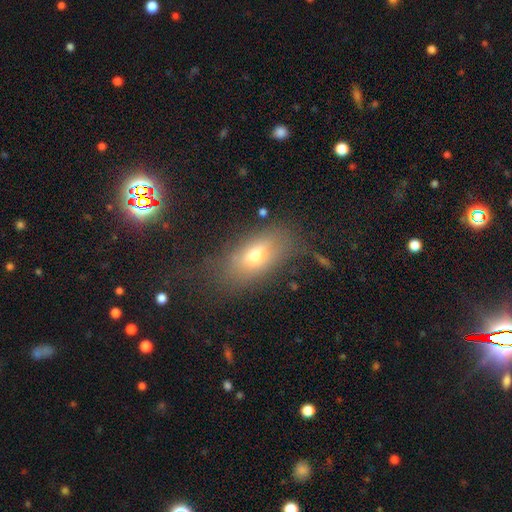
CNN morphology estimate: A smooth galaxy with no disk features (65%) that is in between round and cigar-shaped (83%). Merging: none (65%).